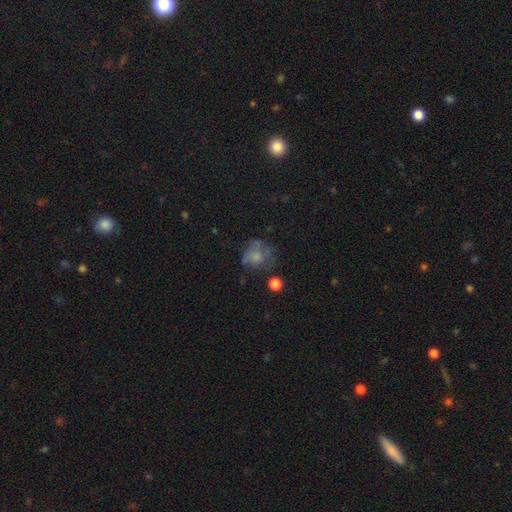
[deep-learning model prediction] Smooth or featured?
  - smooth: 61% *
  - featured or disk: 25%
  - star or artifact: 14%
How rounded?
  - round: 65% *
  - in between: 34%
  - cigar-shaped: 1%
Merging?
  - none: 42% *
  - major disturbance: 27%
  - minor disturbance: 25%
  - merger: 6%